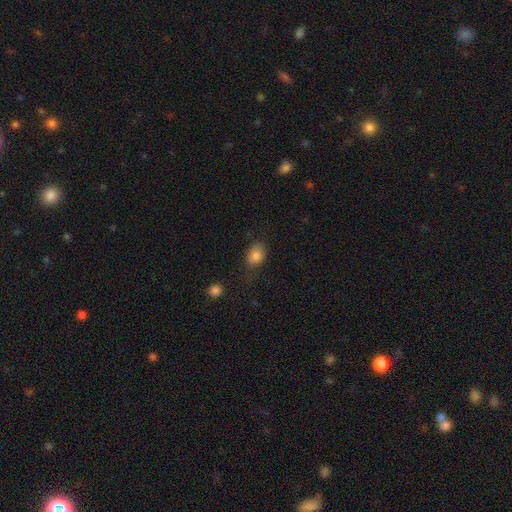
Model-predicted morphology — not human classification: Smooth or featured? Predicted: smooth (p=0.84). How rounded? Predicted: in between (p=0.70). Merging? Predicted: none (p=0.68).